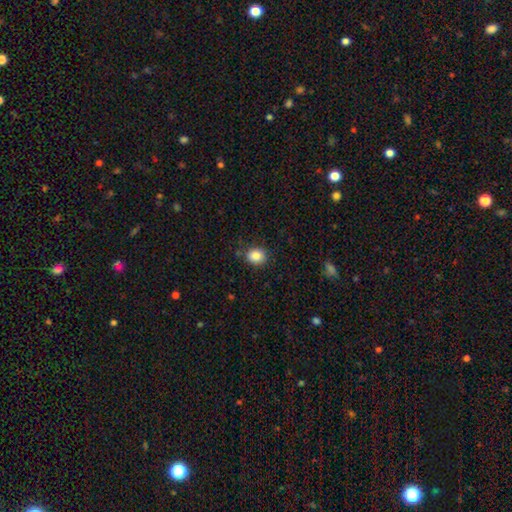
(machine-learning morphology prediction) smooth 86%, star or artifact 10%, featured or disk 4%. Down the decision tree: how rounded — round (62%); merging — none (83%).